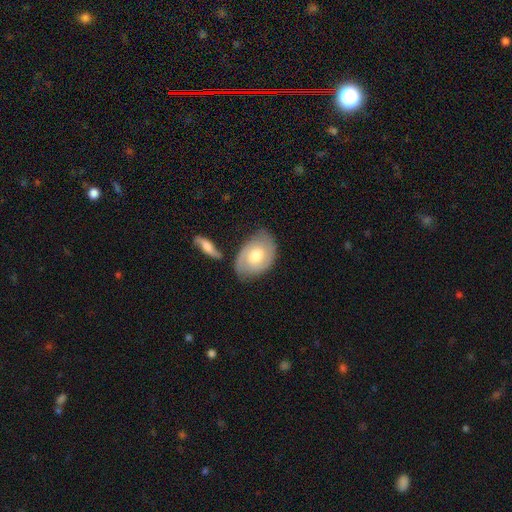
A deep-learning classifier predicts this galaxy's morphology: The model was most divided on "smooth or featured": featured or disk: 51%, smooth: 43%, star or artifact: 6%. More confident: edge-on disk — no (92%); merging — none (66%).